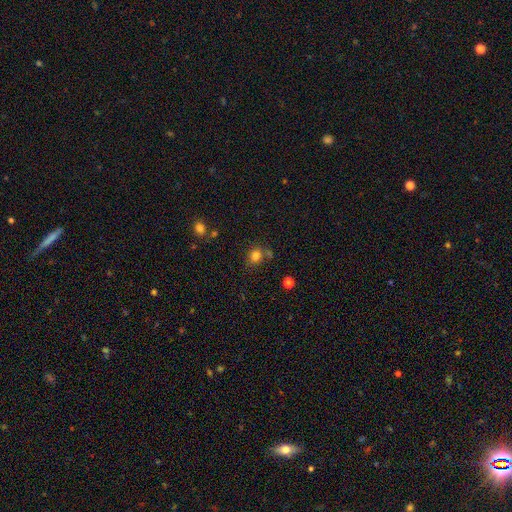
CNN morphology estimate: A smooth galaxy with no disk features (80%) that is round (75%).

Vote fractions:
- Smooth or featured? smooth: 80% / star or artifact: 13% / featured or disk: 6%
- How rounded? round: 75% / in between: 24% / cigar-shaped: 1%
- Merging? none: 68% / minor disturbance: 14% / merger: 13% / major disturbance: 5%